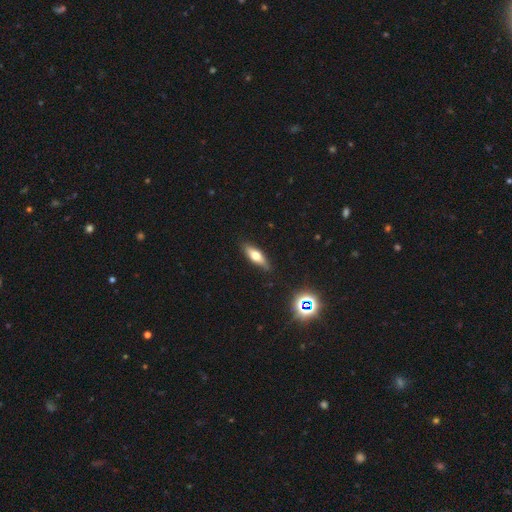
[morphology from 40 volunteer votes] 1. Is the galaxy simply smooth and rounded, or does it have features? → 55% smooth, 42% featured or disk, 2% star or artifact.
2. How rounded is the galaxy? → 50% in between, 41% cigar-shaped, 9% round.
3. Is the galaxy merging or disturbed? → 87% none, 13% minor disturbance, 0% major disturbance, 0% merger.